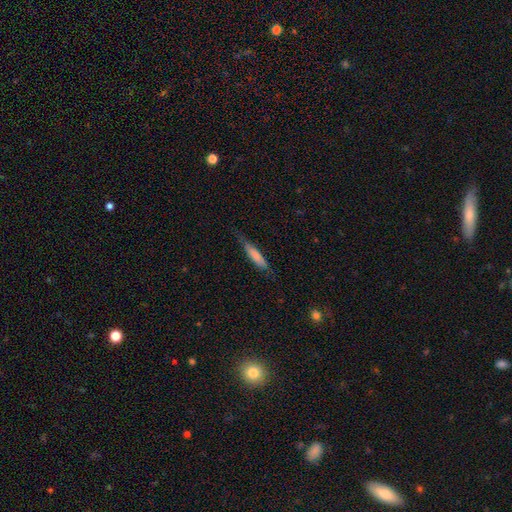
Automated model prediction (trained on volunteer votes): Smooth or featured? smooth (74%)
How rounded? cigar-shaped (82%)
Merging? none (66%)